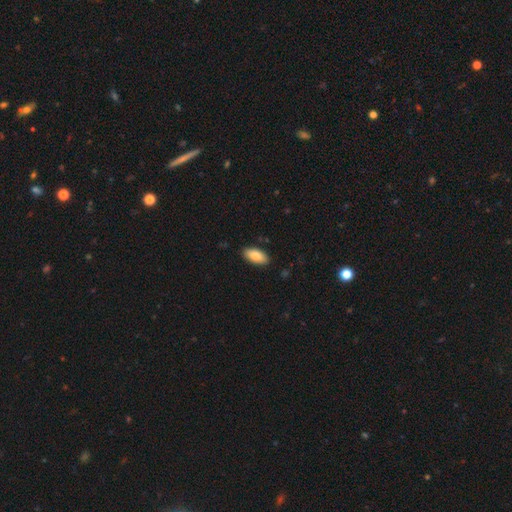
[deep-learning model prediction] Smooth or featured? smooth (86%)
How rounded? in between (91%)
Merging? none (89%)